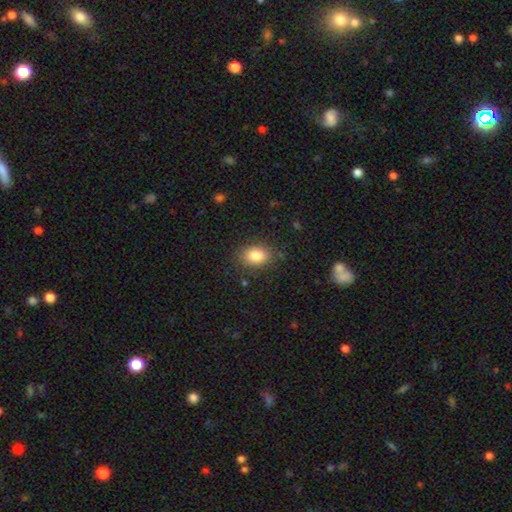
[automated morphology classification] smooth-or-featured: smooth: 83% | star or artifact: 9% | featured or disk: 7%
  how-rounded: in between: 74% | round: 25% | cigar-shaped: 1%
  merging: none: 83% | minor disturbance: 12% | major disturbance: 4% | merger: 1%